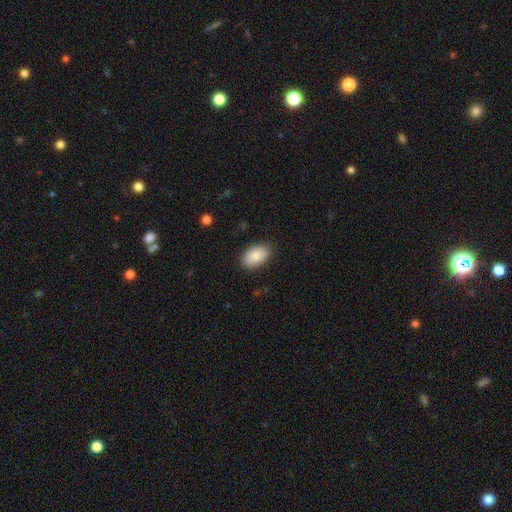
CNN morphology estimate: smooth_or_featured: smooth (p=0.87) [alt: featured or disk p=0.07]
how_rounded: in between (p=0.93) [alt: round p=0.06]
merging: none (p=0.86) [alt: minor disturbance p=0.10]